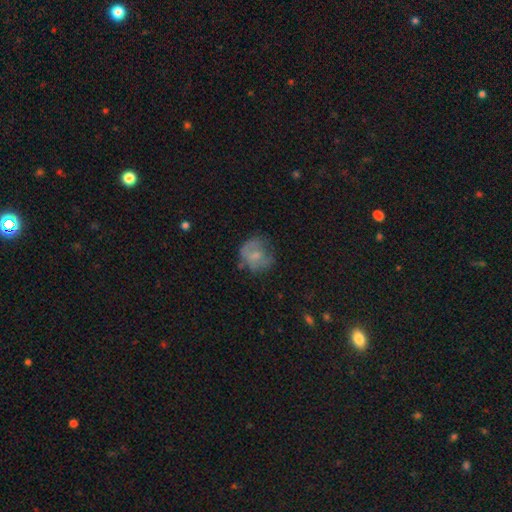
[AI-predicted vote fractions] Q: Smooth or featured?
A: smooth (55%); runner-up: featured or disk (35%)
Q: How rounded?
A: round (72%); runner-up: in between (27%)
Q: Merging?
A: none (50%); runner-up: minor disturbance (27%)